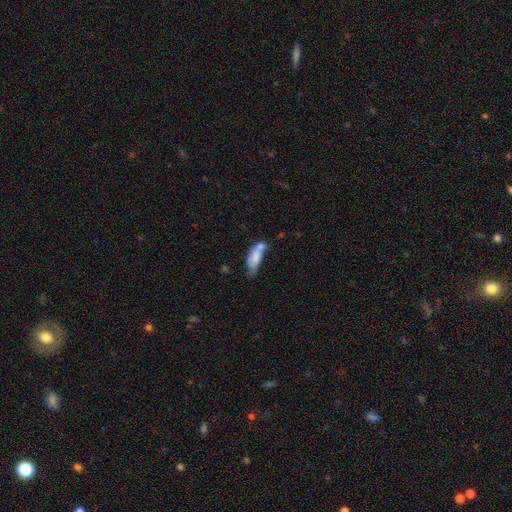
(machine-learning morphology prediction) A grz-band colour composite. It shows a smooth galaxy with no disk features (69%) that is in between round and cigar-shaped (80%). Merging: merger (53%).